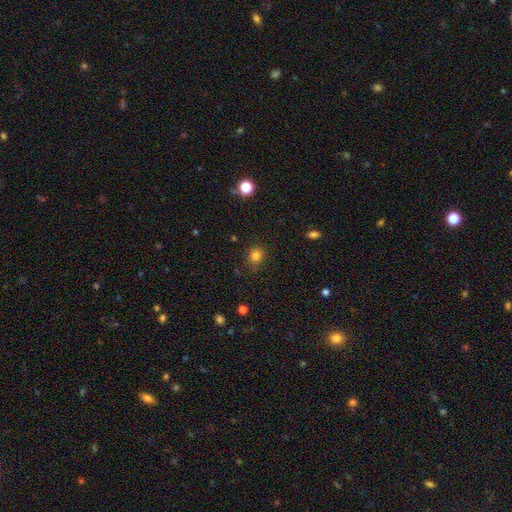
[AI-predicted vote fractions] The model was most divided on "how rounded": round: 76%, in between: 23%, cigar-shaped: 1%. More confident: merging — none (84%); smooth or featured — smooth (81%).